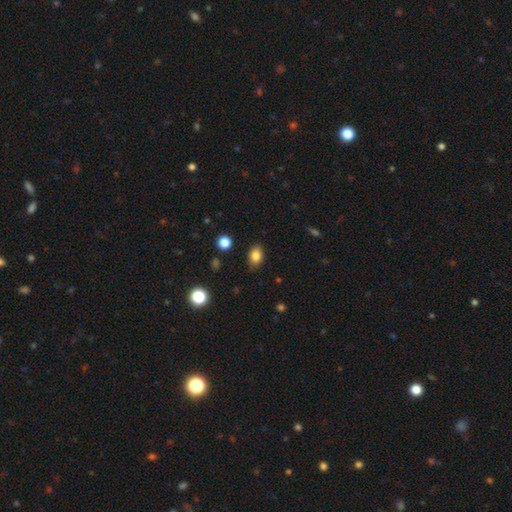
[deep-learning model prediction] A smooth galaxy with no disk features (84%) that is in between round and cigar-shaped (76%). Merging: none (83%).